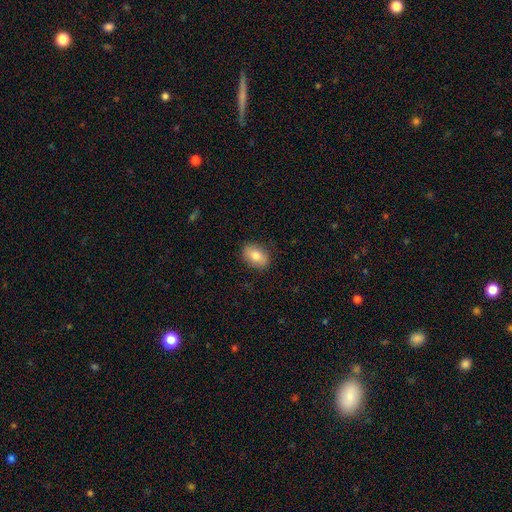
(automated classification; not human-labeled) A smooth galaxy with no disk features (79%) that is in between round and cigar-shaped (82%).

Vote fractions:
- Smooth or featured? smooth: 79% / featured or disk: 14% / star or artifact: 7%
- How rounded? in between: 82% / round: 17% / cigar-shaped: 2%
- Merging? none: 86% / minor disturbance: 11% / major disturbance: 3% / merger: 1%